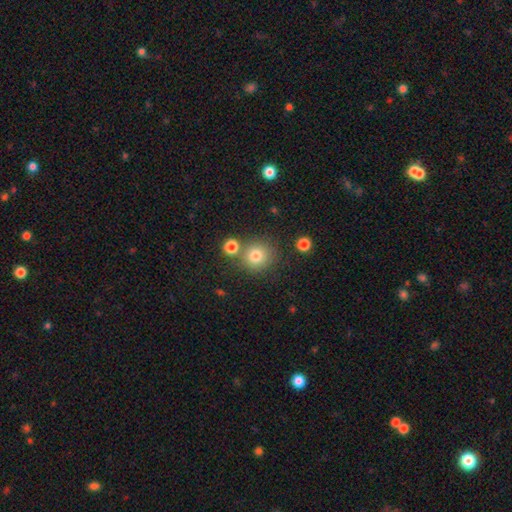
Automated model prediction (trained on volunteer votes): Smooth or featured?
  - smooth: 79% *
  - star or artifact: 13%
  - featured or disk: 8%
How rounded?
  - round: 91% *
  - in between: 8%
  - cigar-shaped: 1%
Merging?
  - none: 74% *
  - merger: 13%
  - minor disturbance: 9%
  - major disturbance: 3%